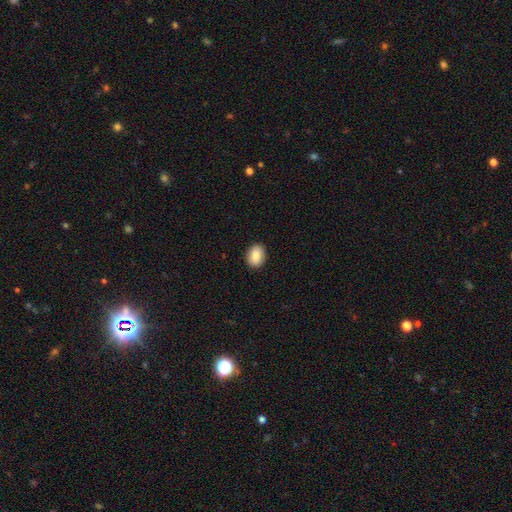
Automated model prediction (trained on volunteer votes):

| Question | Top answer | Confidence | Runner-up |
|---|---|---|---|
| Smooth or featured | smooth | 88% | star or artifact (7%) |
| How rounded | in between | 70% | round (28%) |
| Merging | none | 90% | minor disturbance (7%) |